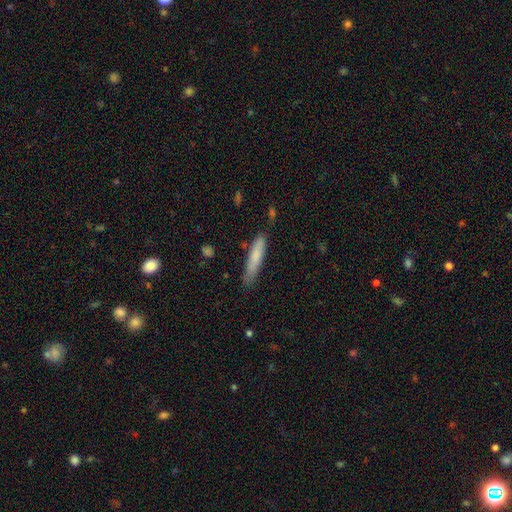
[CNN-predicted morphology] This appears to be a smooth galaxy with no disk features (78%) that is cigar-shaped (88%). Merging: none (77%).